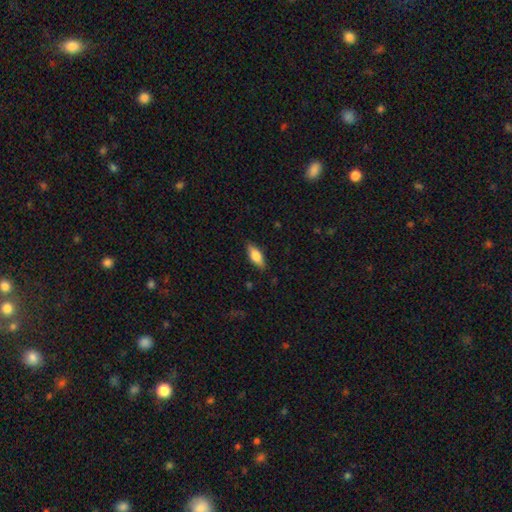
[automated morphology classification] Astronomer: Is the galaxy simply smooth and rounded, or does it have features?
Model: smooth — 69%.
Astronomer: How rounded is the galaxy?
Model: in between — 74%.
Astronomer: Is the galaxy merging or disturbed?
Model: none — 85%.